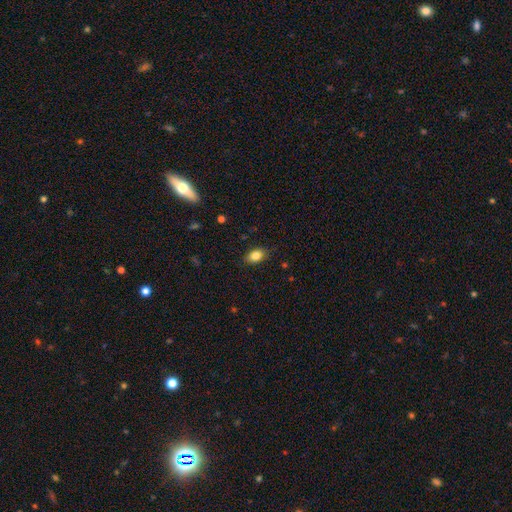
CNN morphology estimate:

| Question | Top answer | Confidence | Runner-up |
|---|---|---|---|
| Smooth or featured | smooth | 84% | star or artifact (9%) |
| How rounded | in between | 83% | round (15%) |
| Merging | none | 85% | minor disturbance (11%) |